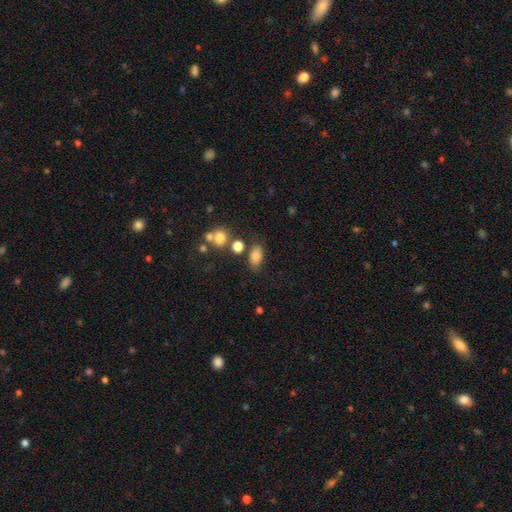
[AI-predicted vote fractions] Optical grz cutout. It shows a smooth galaxy with no disk features (80%) that is in between round and cigar-shaped (85%). Merging: none (72%).